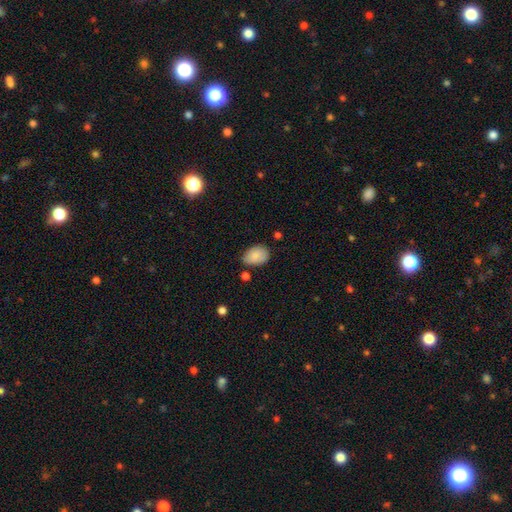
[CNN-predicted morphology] Q: Smooth or featured?
A: smooth (83%); runner-up: featured or disk (9%)
Q: How rounded?
A: in between (78%); runner-up: round (21%)
Q: Merging?
A: none (59%); runner-up: minor disturbance (31%)